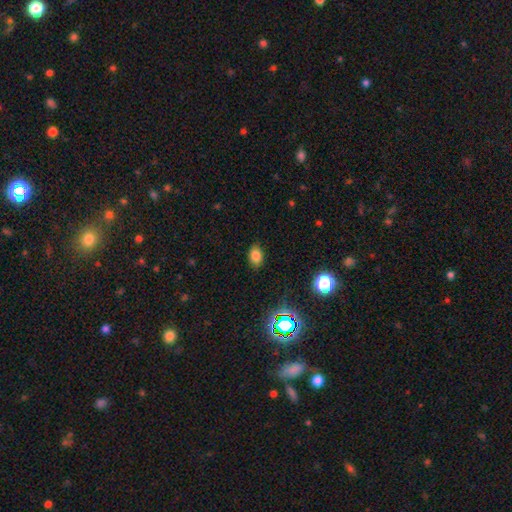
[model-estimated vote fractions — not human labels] smooth_or_featured: smooth (p=0.78) [alt: star or artifact p=0.15]
how_rounded: in between (p=0.83) [alt: round p=0.16]
merging: none (p=0.85) [alt: minor disturbance p=0.11]